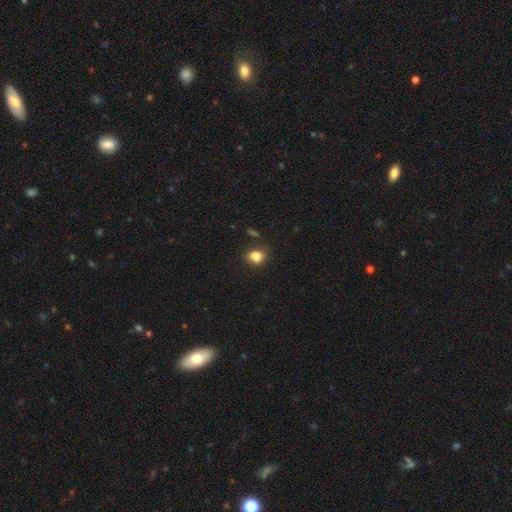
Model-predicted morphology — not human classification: This appears to be a smooth galaxy with no disk features (81%) that is in between round and cigar-shaped (59%). Merging: none (60%).